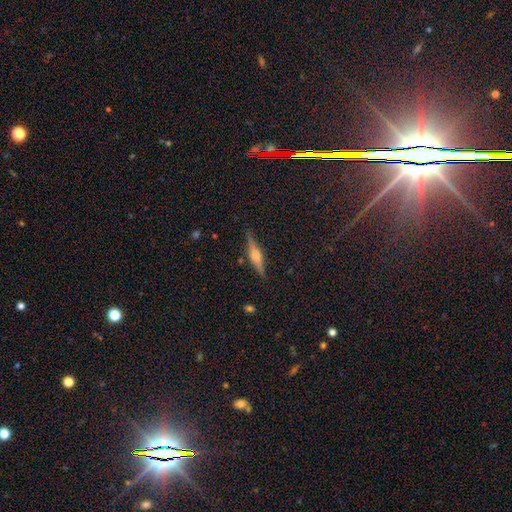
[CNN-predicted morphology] Smooth or featured? featured or disk (64%)
Edge-on disk? yes (96%)
Edge-on bulge? rounded (84%)
Merging? none (86%)